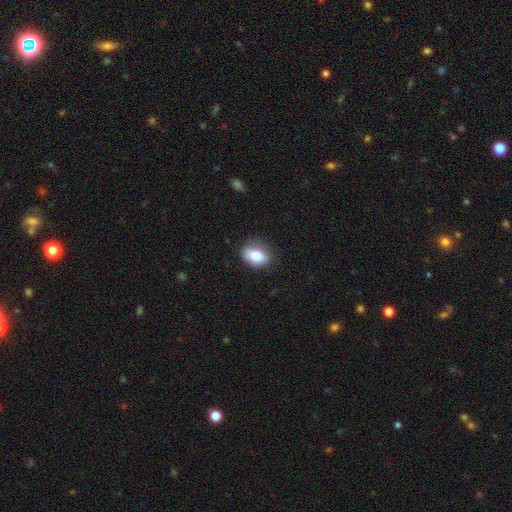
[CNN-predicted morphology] smooth_or_featured: smooth (p=0.77) [alt: featured or disk p=0.14]
how_rounded: in between (p=0.69) [alt: round p=0.30]
merging: none (p=0.74) [alt: minor disturbance p=0.20]